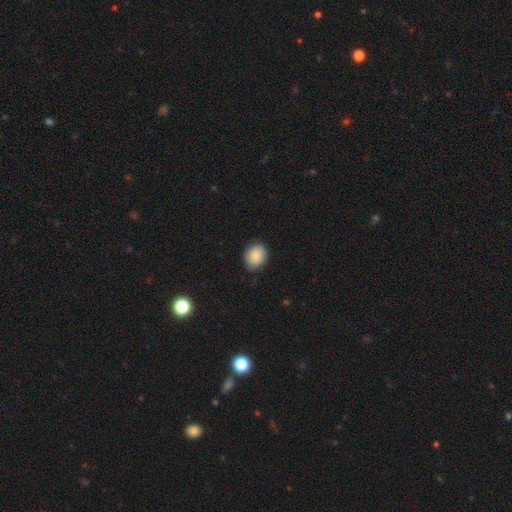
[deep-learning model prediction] smooth-or-featured: smooth: 88% | star or artifact: 7% | featured or disk: 5%
  how-rounded: in between: 51% | round: 48% | cigar-shaped: 1%
  merging: none: 83% | minor disturbance: 13% | major disturbance: 2% | merger: 1%